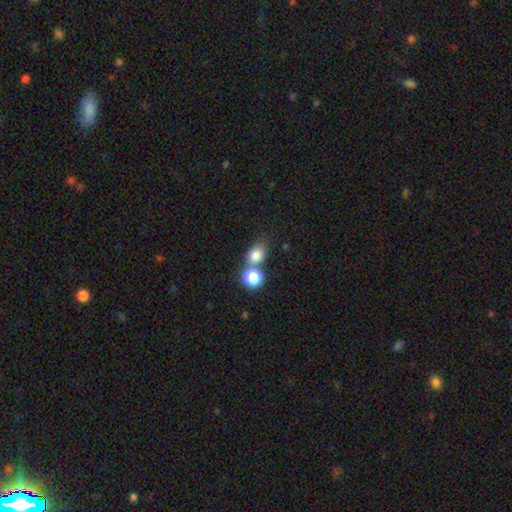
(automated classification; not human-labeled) This appears to be a smooth galaxy with no disk features (81%) that is round (54%). Merging: merger (47%).